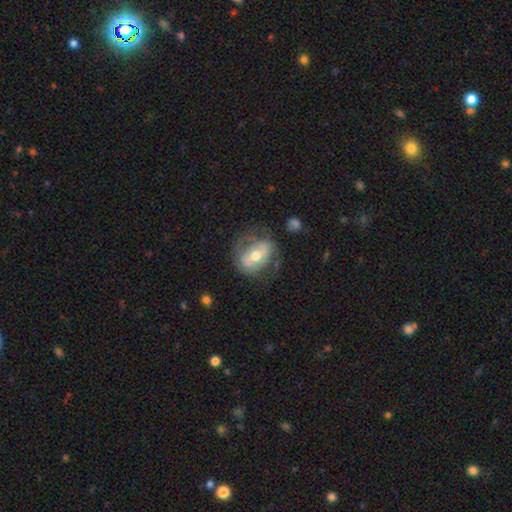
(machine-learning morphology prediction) Q: Smooth or featured?
A: featured or disk (59%); runner-up: smooth (34%)
Q: Edge-on disk?
A: no (94%); runner-up: yes (6%)
Q: Bar?
A: strong (35%); runner-up: weak (34%)
Q: Spiral arms?
A: no (60%); runner-up: yes (40%)
Q: Bulge size?
A: moderate (73%); runner-up: small (17%)
Q: Merging?
A: none (56%); runner-up: minor disturbance (23%)